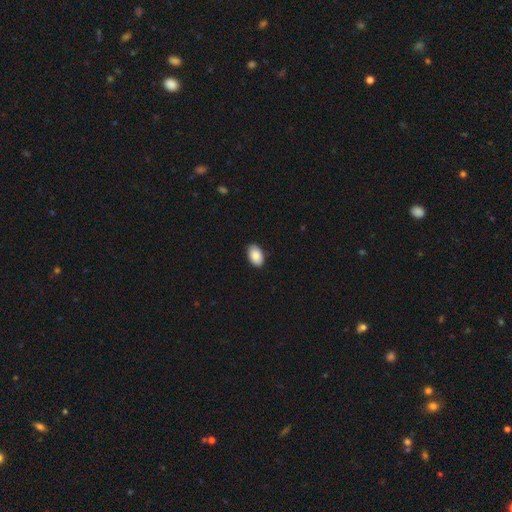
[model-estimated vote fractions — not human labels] smooth 88%, star or artifact 6%, featured or disk 6%. Down the decision tree: how rounded — in between (93%); merging — none (89%).